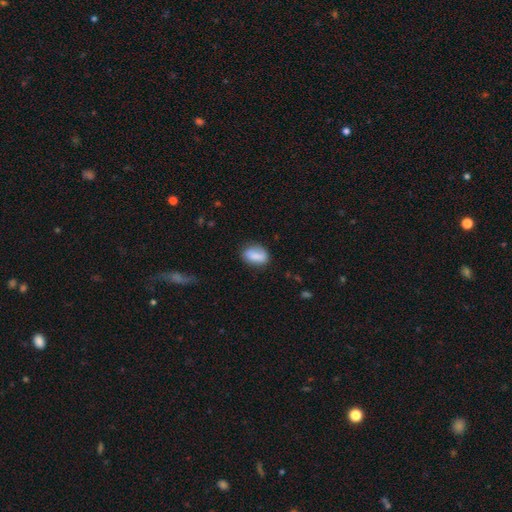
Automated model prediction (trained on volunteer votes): Smooth or featured? Predicted: smooth (p=0.80). How rounded? Predicted: in between (p=0.83). Merging? Predicted: none (p=0.77).